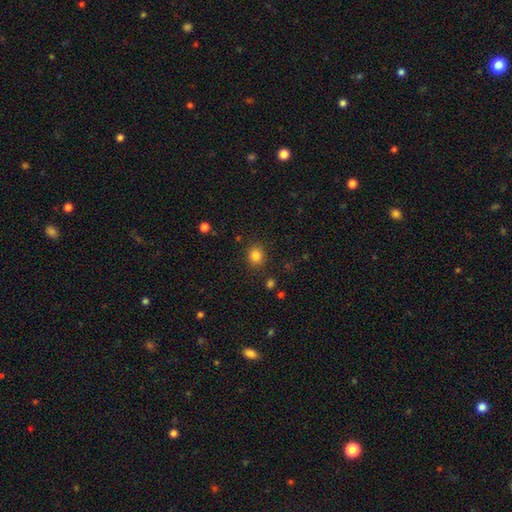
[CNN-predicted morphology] This appears to be a smooth galaxy with no disk features (84%) that is round (74%). Merging: none (86%).